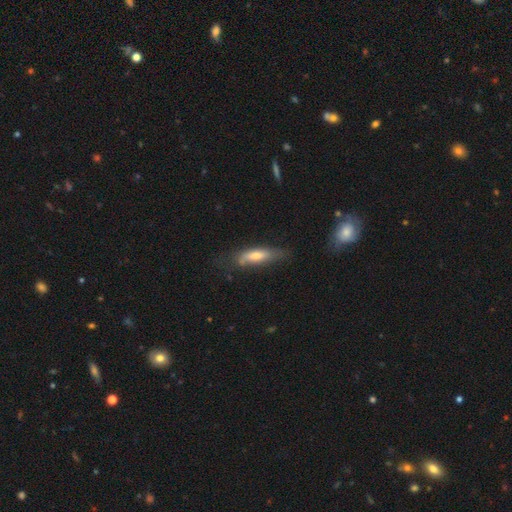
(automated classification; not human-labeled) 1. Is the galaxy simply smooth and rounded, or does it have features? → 59% smooth, 34% featured or disk, 7% star or artifact.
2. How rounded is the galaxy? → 62% cigar-shaped, 36% in between, 2% round.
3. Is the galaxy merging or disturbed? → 58% none, 28% minor disturbance, 11% major disturbance, 3% merger.